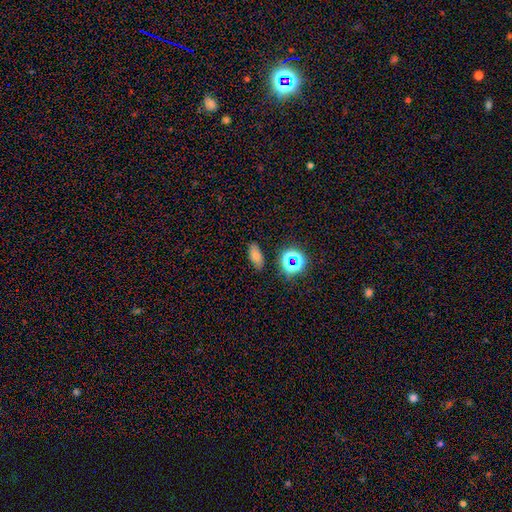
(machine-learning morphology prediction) This is likely a smooth galaxy (68%). How rounded: clearly in between (84%). Merging: clearly none (81%).